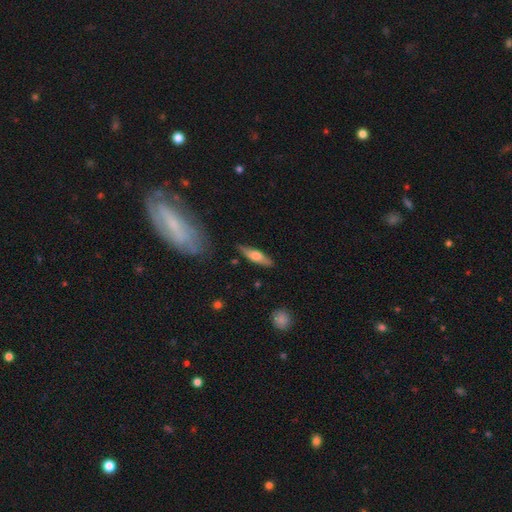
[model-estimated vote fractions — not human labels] A smooth galaxy with no disk features (51%) that is cigar-shaped (62%). Merging: none (82%).